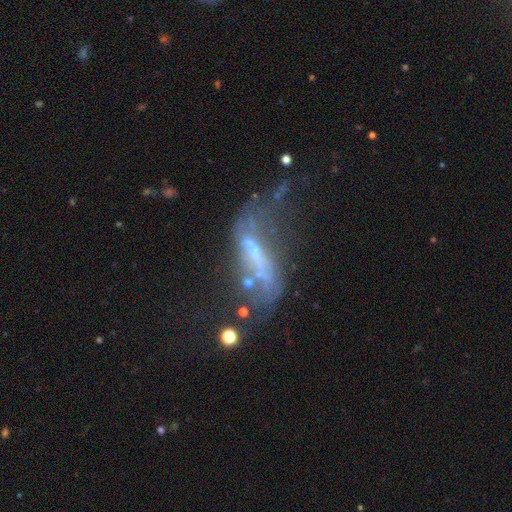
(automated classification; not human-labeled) The model was most divided on "bulge size": small: 41%, none: 40%, moderate: 15%, large: 3%, dominant: 2%. Remaining: edge-on disk — no (79%); smooth or featured — featured or disk (64%); spiral arms — no (61%); bar — no (39%); merging — major disturbance (38%).